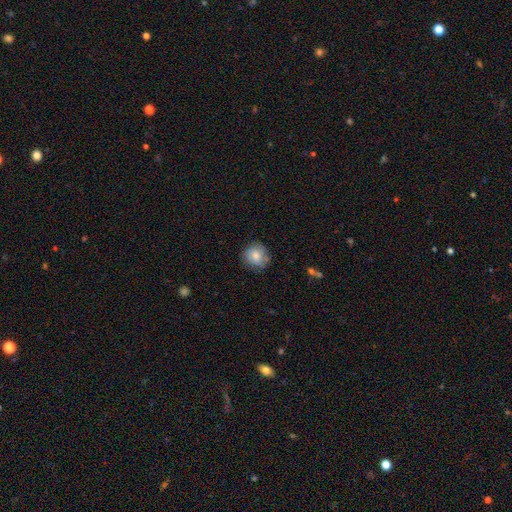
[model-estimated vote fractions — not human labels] Morphology: type=smooth (83%); roundness=round (90%); merging=none (83%).